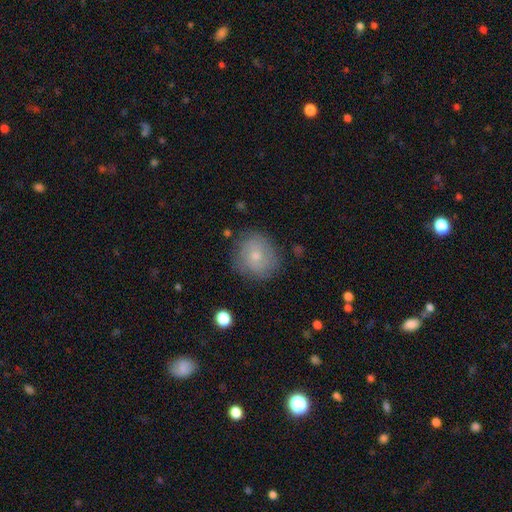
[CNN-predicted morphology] Smooth or featured? Predicted: smooth (p=0.54). How rounded? Predicted: round (p=0.83). Merging? Predicted: none (p=0.78).